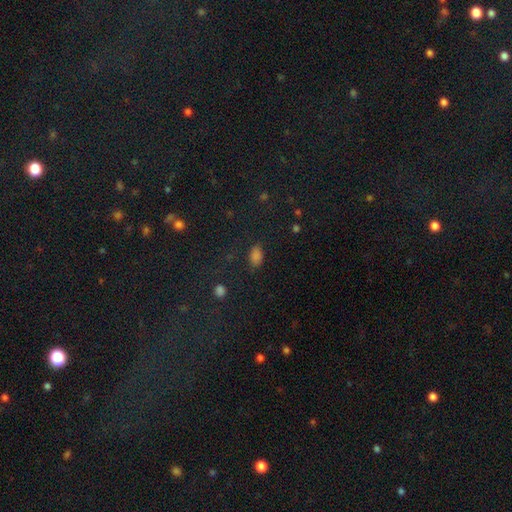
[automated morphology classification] type=smooth (76%); roundness=in between (88%); merging=none (76%).